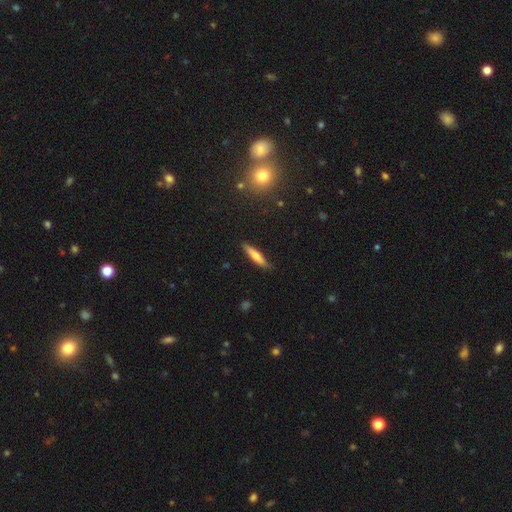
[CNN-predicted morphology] Smooth or featured?
  - smooth: 62% *
  - featured or disk: 31%
  - star or artifact: 7%
How rounded?
  - cigar-shaped: 85% *
  - in between: 14%
  - round: 2%
Merging?
  - none: 84% *
  - minor disturbance: 12%
  - major disturbance: 2%
  - merger: 1%